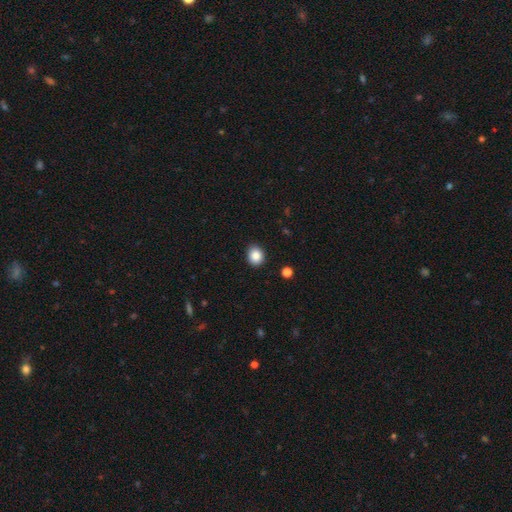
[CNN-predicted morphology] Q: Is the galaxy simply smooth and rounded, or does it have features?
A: smooth — 86%.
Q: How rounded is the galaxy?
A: round — 66%.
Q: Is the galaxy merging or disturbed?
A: none — 89%.